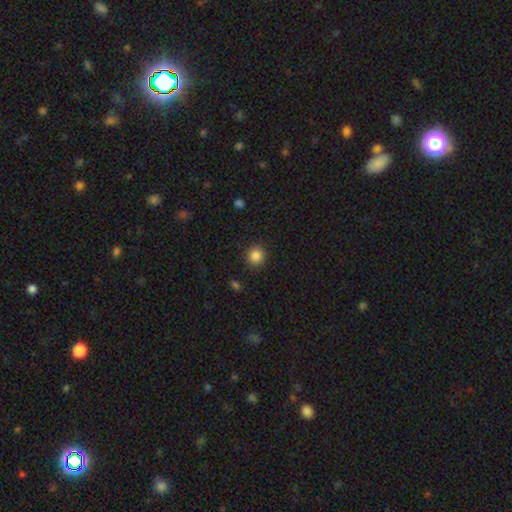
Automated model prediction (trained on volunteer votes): smooth_or_featured: smooth (p=0.86) [alt: star or artifact p=0.11]
how_rounded: round (p=0.90) [alt: in between p=0.09]
merging: none (p=0.90) [alt: minor disturbance p=0.07]